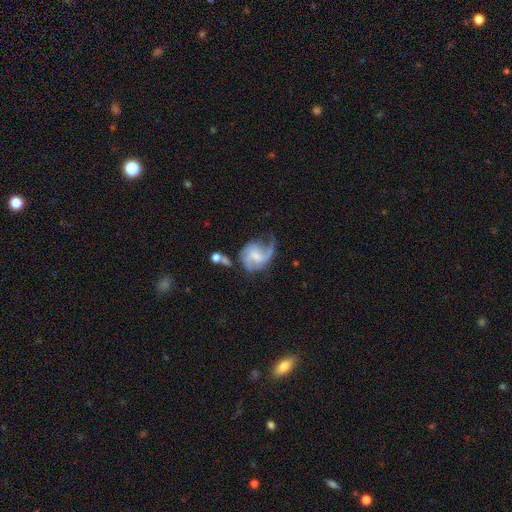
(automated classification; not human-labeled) Q: Smooth or featured?
A: featured or disk (78%); runner-up: smooth (16%)
Q: Edge-on disk?
A: no (98%); runner-up: yes (2%)
Q: Bar?
A: weak (48%); runner-up: no (42%)
Q: Spiral arms?
A: yes (92%); runner-up: no (8%)
Q: Spiral winding?
A: medium (43%); runner-up: loose (41%)
Q: Spiral arm count?
A: 2 (36%); runner-up: 3 (26%)
Q: Bulge size?
A: small (41%); runner-up: moderate (33%)
Q: Merging?
A: none (40%); runner-up: major disturbance (28%)